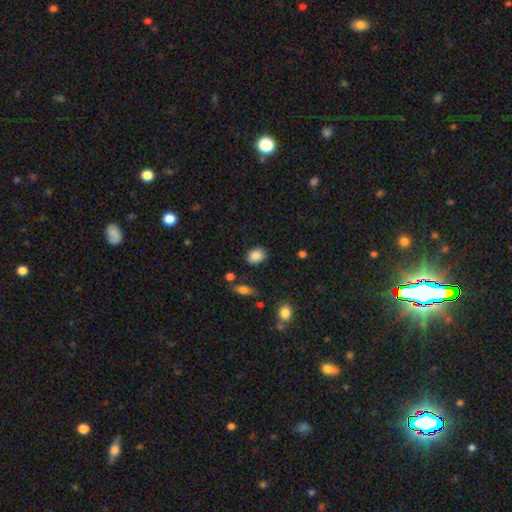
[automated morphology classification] A smooth galaxy with no disk features (86%) that is in between round and cigar-shaped (60%).

Vote fractions:
- Smooth or featured? smooth: 86% / star or artifact: 8% / featured or disk: 6%
- How rounded? in between: 60% / round: 39% / cigar-shaped: 1%
- Merging? none: 83% / minor disturbance: 11% / major disturbance: 3% / merger: 2%